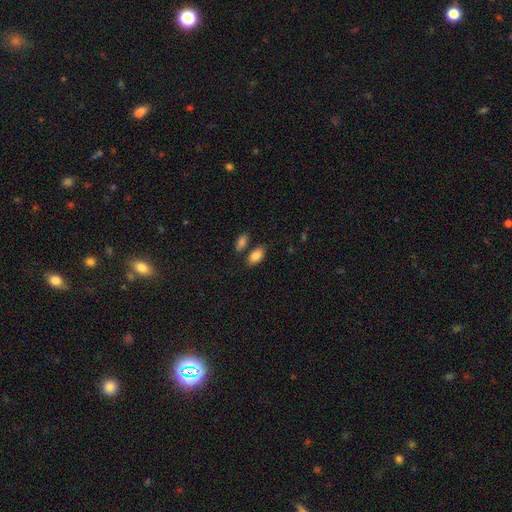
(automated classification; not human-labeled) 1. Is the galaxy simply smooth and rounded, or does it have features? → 87% smooth, 7% star or artifact, 6% featured or disk.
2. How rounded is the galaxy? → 93% in between, 4% round, 3% cigar-shaped.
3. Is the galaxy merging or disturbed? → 72% none, 14% merger, 11% minor disturbance, 3% major disturbance.